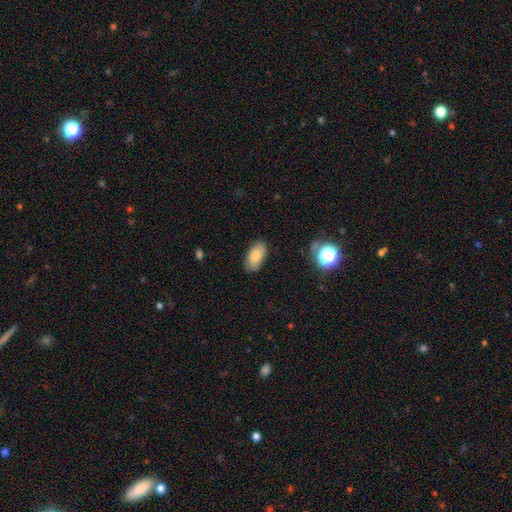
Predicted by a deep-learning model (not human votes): The model was most divided on "merging": none: 82%, minor disturbance: 14%, major disturbance: 3%, merger: 1%. More confident: how rounded — in between (93%); smooth or featured — smooth (83%).